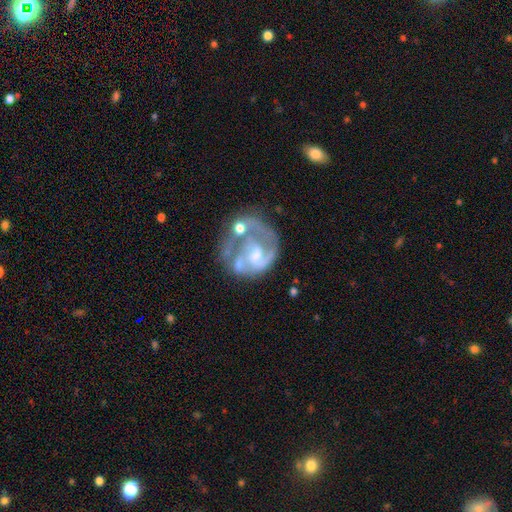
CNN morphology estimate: The model was most divided on "bulge size": moderate: 38%, small: 32%, none: 23%, large: 5%, dominant: 2%. Remaining: edge-on disk — no (98%); smooth or featured — featured or disk (75%); spiral arms — yes (66%); bar — no (57%); merging — none (37%).